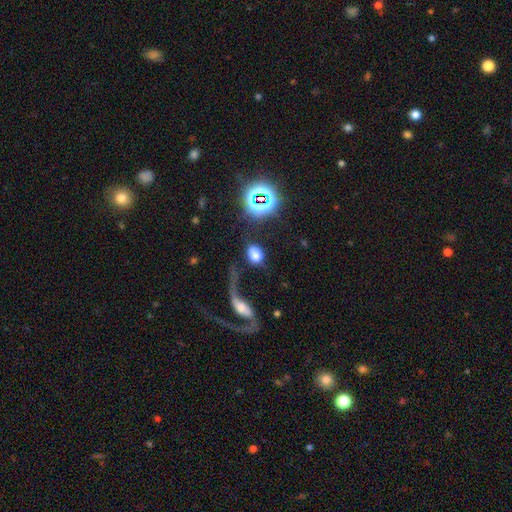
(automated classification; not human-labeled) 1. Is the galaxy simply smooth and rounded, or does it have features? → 66% smooth, 18% featured or disk, 15% star or artifact.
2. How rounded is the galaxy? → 67% in between, 31% round, 2% cigar-shaped.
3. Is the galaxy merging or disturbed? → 47% none, 21% major disturbance, 18% merger, 14% minor disturbance.